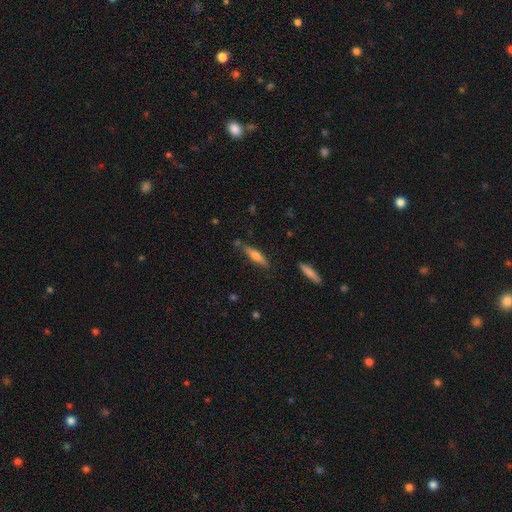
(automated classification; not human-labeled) Smooth or featured: smooth — 57% (featured or disk — 37%)
How rounded: cigar-shaped — 77% (in between — 21%)
Merging: none — 76% (minor disturbance — 15%)